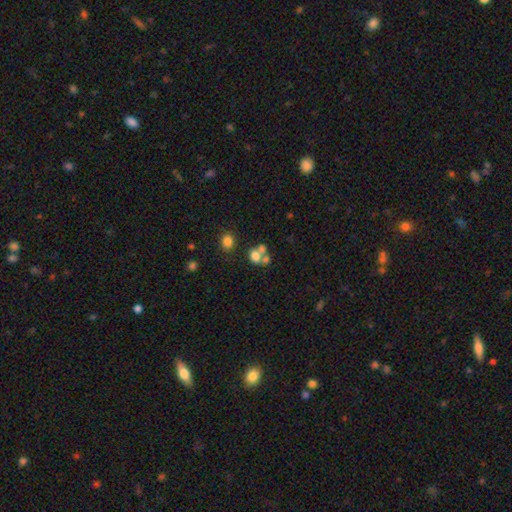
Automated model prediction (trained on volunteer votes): A smooth galaxy with no disk features (67%) that is round (55%). Merging: merger (53%).